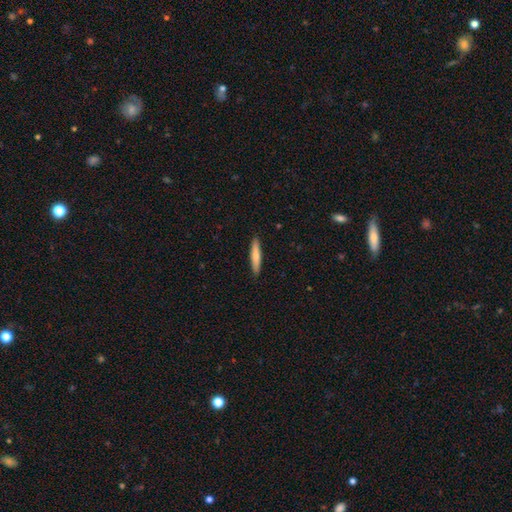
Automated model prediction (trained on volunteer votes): A smooth galaxy with no disk features (67%) that is cigar-shaped (90%). Merging: none (91%).